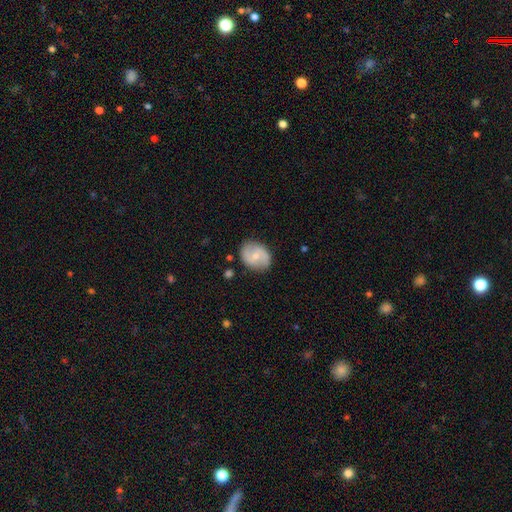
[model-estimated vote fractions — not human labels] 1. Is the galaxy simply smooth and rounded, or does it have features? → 59% featured or disk, 35% smooth, 7% star or artifact.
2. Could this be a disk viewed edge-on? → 97% no, 3% yes.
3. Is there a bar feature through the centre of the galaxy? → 51% no, 39% weak, 9% strong.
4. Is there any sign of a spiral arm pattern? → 81% yes, 19% no.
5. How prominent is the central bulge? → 49% moderate, 47% small, 2% none, 2% large, 1% dominant.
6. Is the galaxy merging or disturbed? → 80% none, 15% minor disturbance, 4% major disturbance, 2% merger.